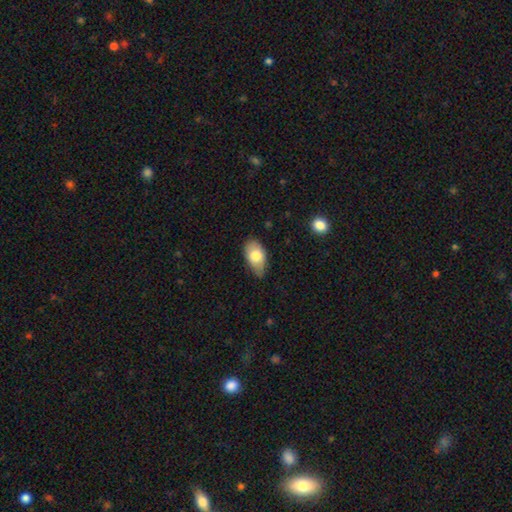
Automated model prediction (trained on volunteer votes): Smooth or featured? Predicted: smooth (p=0.78). How rounded? Predicted: in between (p=0.93). Merging? Predicted: none (p=0.62).